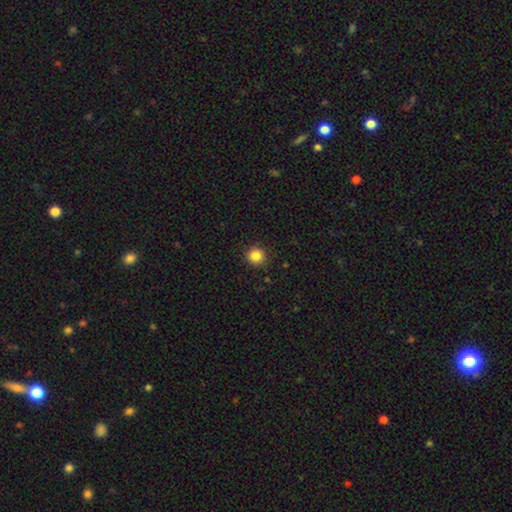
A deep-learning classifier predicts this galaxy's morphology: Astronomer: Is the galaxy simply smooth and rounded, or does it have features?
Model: smooth — 85%.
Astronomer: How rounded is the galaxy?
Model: round — 94%.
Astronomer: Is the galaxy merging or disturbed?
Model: none — 92%.